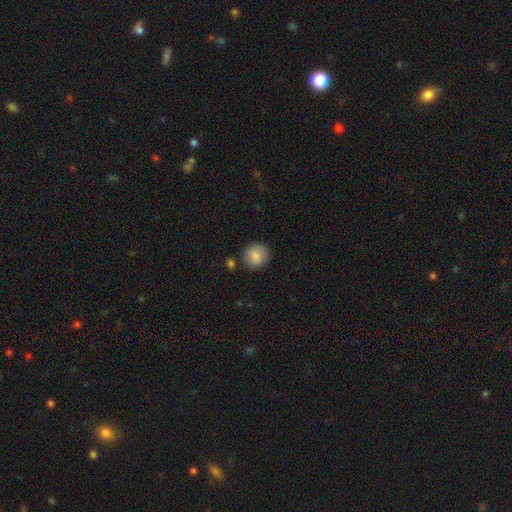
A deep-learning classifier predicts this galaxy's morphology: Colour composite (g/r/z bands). It shows a smooth galaxy with no disk features (86%) that is round (89%). Merging: none (84%).